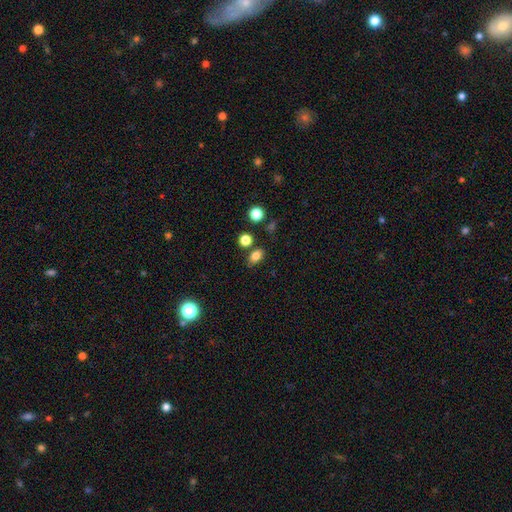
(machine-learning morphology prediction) smooth-or-featured: smooth: 81% | star or artifact: 12% | featured or disk: 7%
  how-rounded: in between: 79% | round: 20% | cigar-shaped: 2%
  merging: none: 78% | minor disturbance: 12% | merger: 7% | major disturbance: 3%